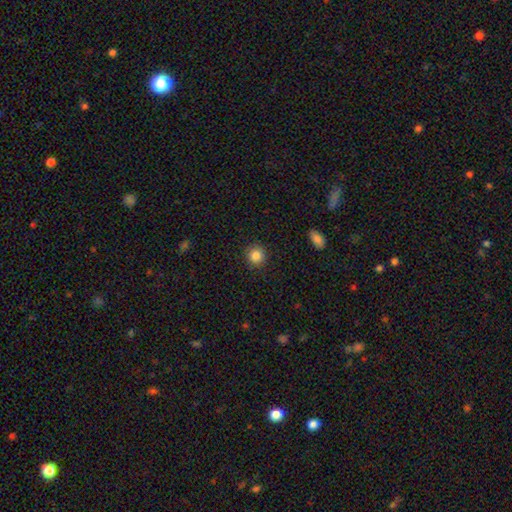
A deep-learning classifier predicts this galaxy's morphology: type=smooth (85%); roundness=round (91%); merging=none (89%).